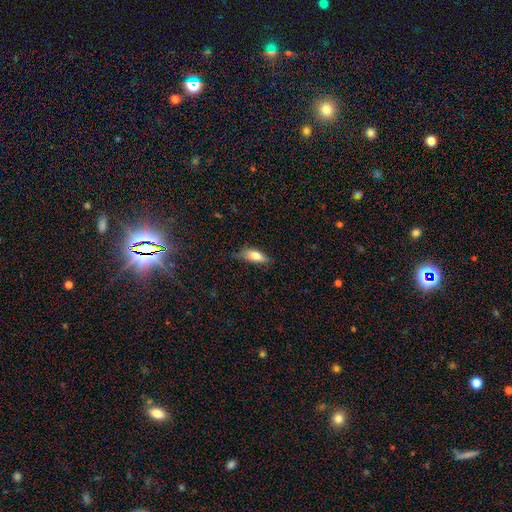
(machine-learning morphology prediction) smooth_or_featured: smooth (p=0.74) [alt: featured or disk p=0.18]
how_rounded: in between (p=0.70) [alt: cigar-shaped p=0.27]
merging: none (p=0.61) [alt: minor disturbance p=0.29]